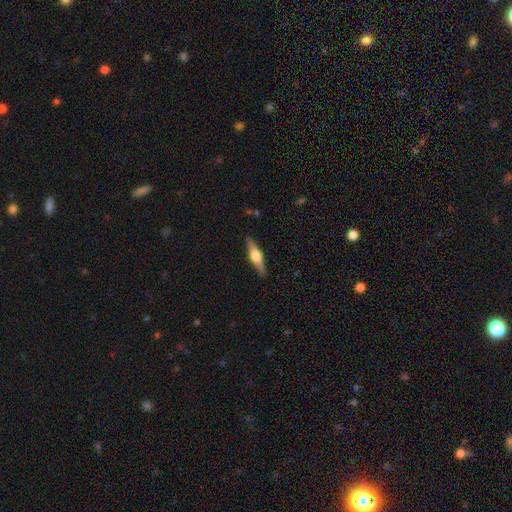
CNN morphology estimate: A featured or disk galaxy (65%) viewed edge-on (97%) with a rounded central bulge (93%).

Vote fractions:
- Smooth or featured? featured or disk: 65% / smooth: 29% / star or artifact: 6%
- Edge-on disk? yes: 97% / no: 3%
- Edge-on bulge? rounded: 93% / boxy: 5% / none: 2%
- Merging? none: 89% / minor disturbance: 8% / major disturbance: 2% / merger: 1%